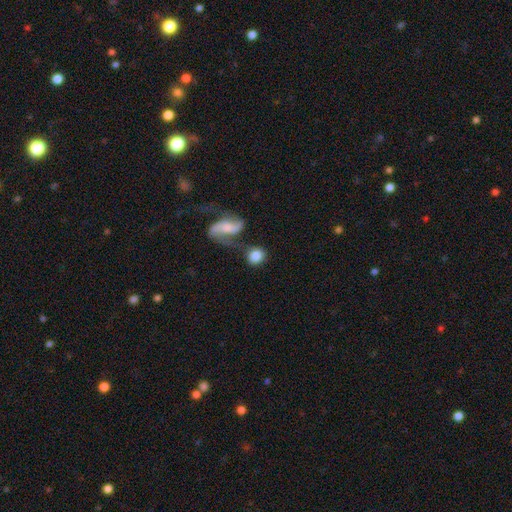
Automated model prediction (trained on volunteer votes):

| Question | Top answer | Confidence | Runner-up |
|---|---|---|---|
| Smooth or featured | smooth | 78% | featured or disk (15%) |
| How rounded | round | 77% | in between (21%) |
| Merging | none | 57% | merger (22%) |